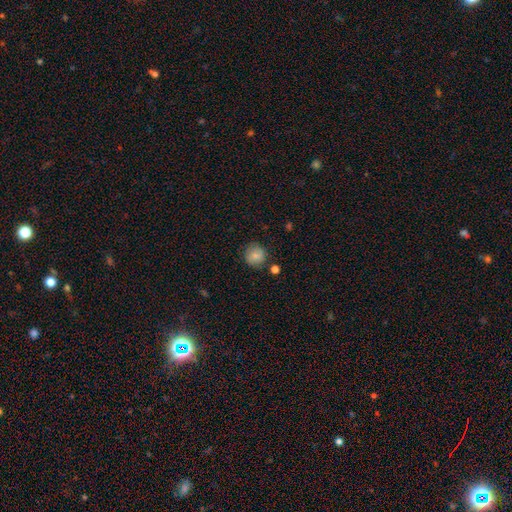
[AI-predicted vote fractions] smooth 79%, featured or disk 12%, star or artifact 9%. Down the decision tree: how rounded — round (90%); merging — none (77%).